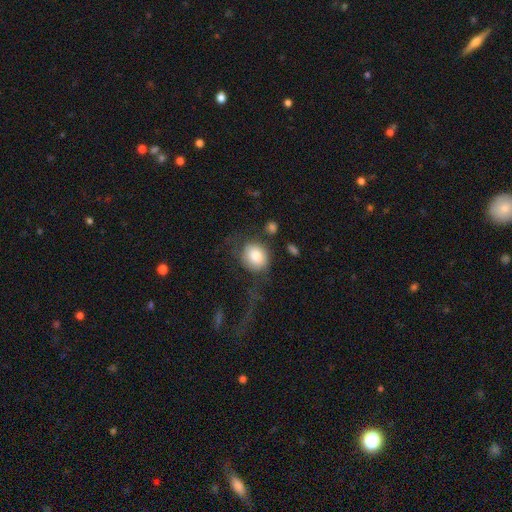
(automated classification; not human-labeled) smooth_or_featured: smooth (p=0.79) [alt: featured or disk p=0.14]
how_rounded: round (p=0.75) [alt: in between p=0.24]
merging: none (p=0.49) [alt: major disturbance p=0.26]